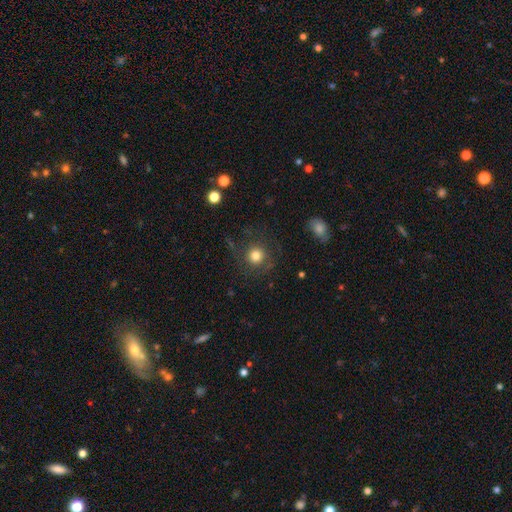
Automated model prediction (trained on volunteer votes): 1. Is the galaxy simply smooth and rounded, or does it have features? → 76% smooth, 12% featured or disk, 12% star or artifact.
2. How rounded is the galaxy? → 94% round, 5% in between, 1% cigar-shaped.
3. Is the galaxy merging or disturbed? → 78% none, 11% minor disturbance, 9% major disturbance, 2% merger.